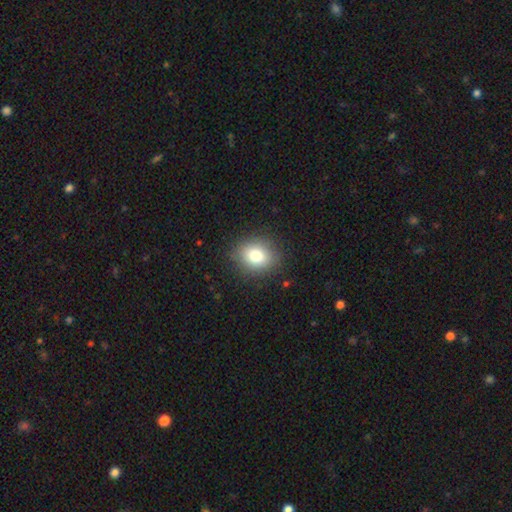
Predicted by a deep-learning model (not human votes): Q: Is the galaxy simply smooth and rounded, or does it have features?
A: smooth — 79%.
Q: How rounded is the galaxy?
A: round — 62%.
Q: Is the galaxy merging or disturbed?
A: none — 87%.